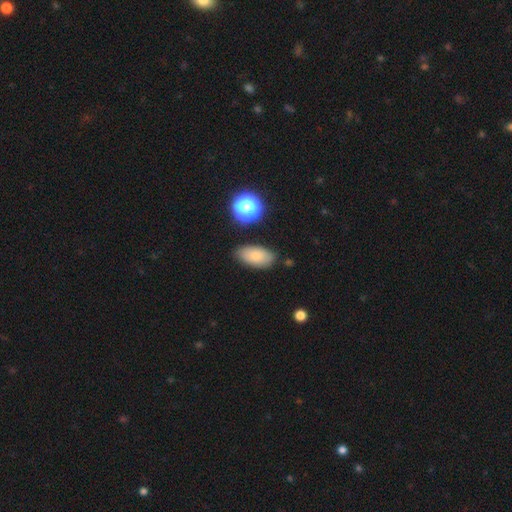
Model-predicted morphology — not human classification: Smooth or featured?
  - smooth: 74% *
  - featured or disk: 17%
  - star or artifact: 9%
How rounded?
  - in between: 91% *
  - round: 5%
  - cigar-shaped: 4%
Merging?
  - none: 78% *
  - minor disturbance: 16%
  - major disturbance: 3%
  - merger: 3%